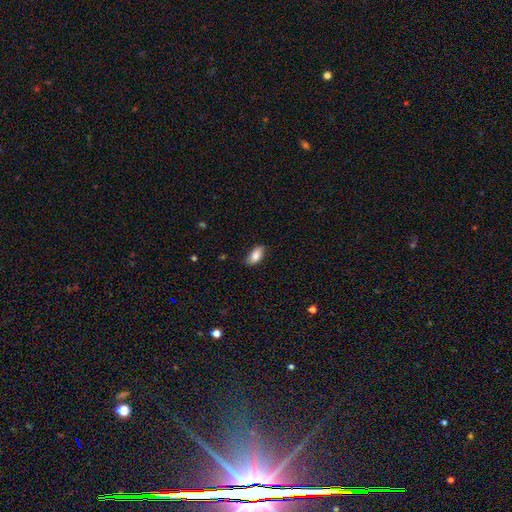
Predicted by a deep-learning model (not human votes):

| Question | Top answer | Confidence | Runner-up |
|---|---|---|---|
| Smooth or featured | smooth | 82% | featured or disk (11%) |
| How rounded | in between | 91% | cigar-shaped (6%) |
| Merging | none | 79% | minor disturbance (17%) |